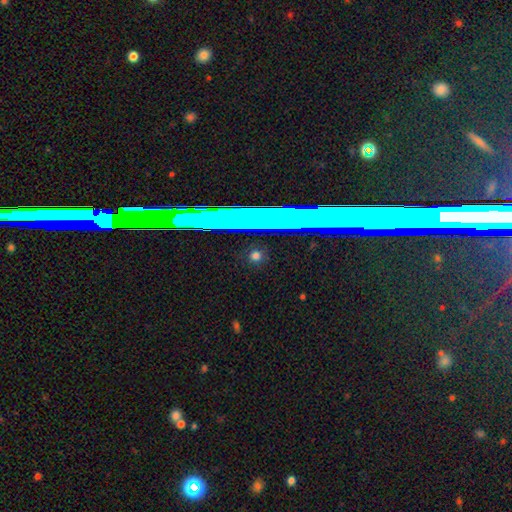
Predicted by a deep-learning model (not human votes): Q: Smooth or featured?
A: smooth (55%); runner-up: star or artifact (33%)
Q: How rounded?
A: round (85%); runner-up: in between (11%)
Q: Merging?
A: none (89%); runner-up: minor disturbance (6%)